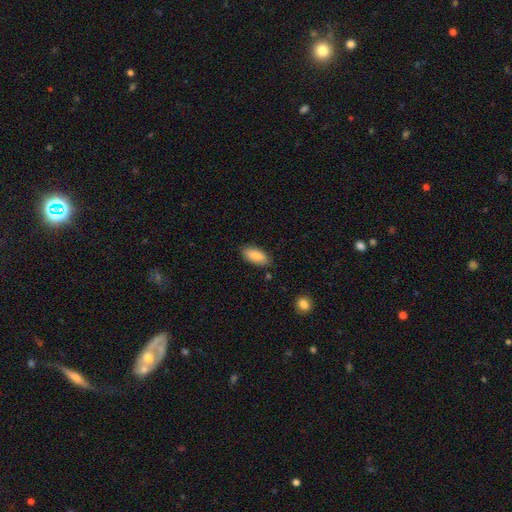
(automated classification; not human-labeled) This appears to be a smooth galaxy with no disk features (87%) that is in between round and cigar-shaped (85%). Merging: none (82%).